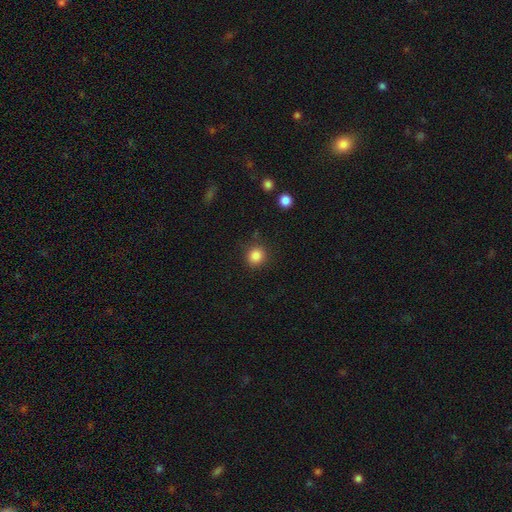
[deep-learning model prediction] Smooth or featured? smooth (86%)
How rounded? round (88%)
Merging? none (87%)